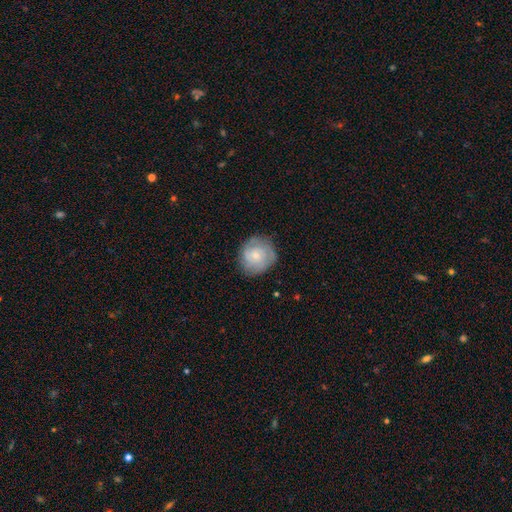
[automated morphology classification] Smooth or featured? Predicted: featured or disk (p=0.56). Edge-on disk? Predicted: no (p=0.98). Bar? Predicted: no (p=0.78). Spiral arms? Predicted: yes (p=0.84). Bulge size? Predicted: small (p=0.67). Merging? Predicted: none (p=0.78).